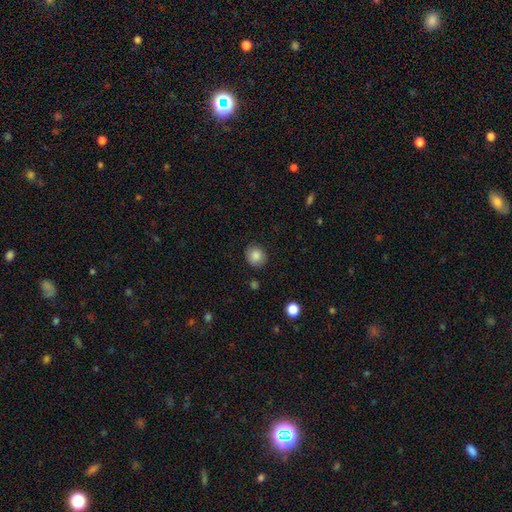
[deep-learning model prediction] smooth_or_featured: smooth (p=0.86) [alt: star or artifact p=0.09]
how_rounded: round (p=0.80) [alt: in between p=0.19]
merging: none (p=0.85) [alt: minor disturbance p=0.10]